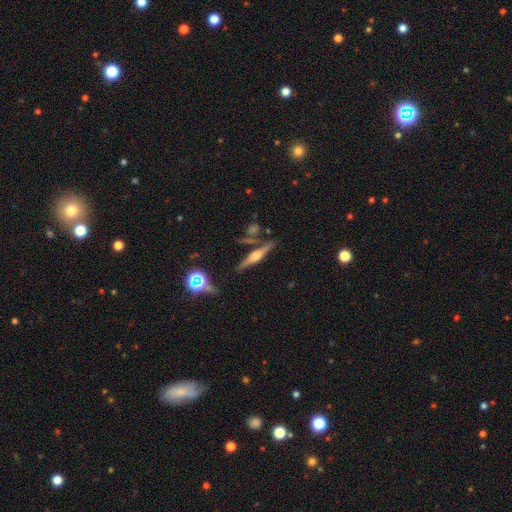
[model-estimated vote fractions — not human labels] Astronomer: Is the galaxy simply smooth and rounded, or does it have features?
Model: featured or disk — 71%.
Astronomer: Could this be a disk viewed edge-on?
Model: yes — 97%.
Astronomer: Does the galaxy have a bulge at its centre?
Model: rounded — 90%.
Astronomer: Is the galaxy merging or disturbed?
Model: none — 77%.